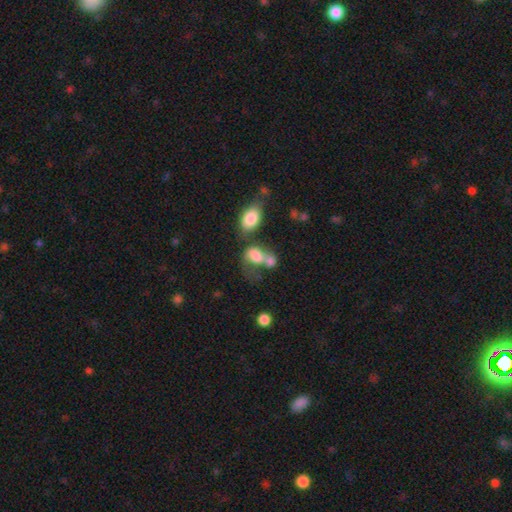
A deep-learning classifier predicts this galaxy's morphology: This is likely a smooth galaxy (69%). How rounded: likely in between (74%). Merging: possibly merger (52%).